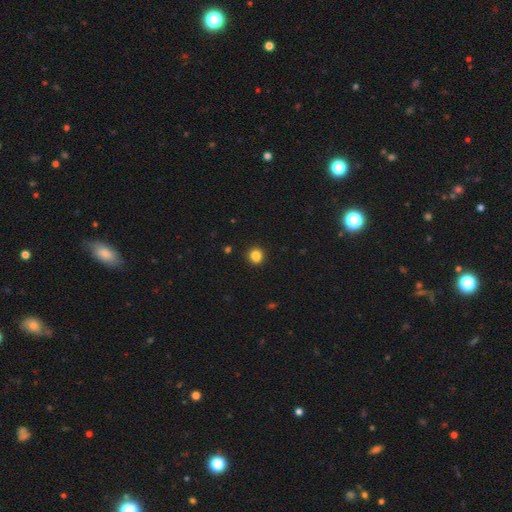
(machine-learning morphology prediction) smooth_or_featured: smooth (p=0.85) [alt: star or artifact p=0.11]
how_rounded: round (p=0.84) [alt: in between p=0.15]
merging: none (p=0.91) [alt: minor disturbance p=0.06]